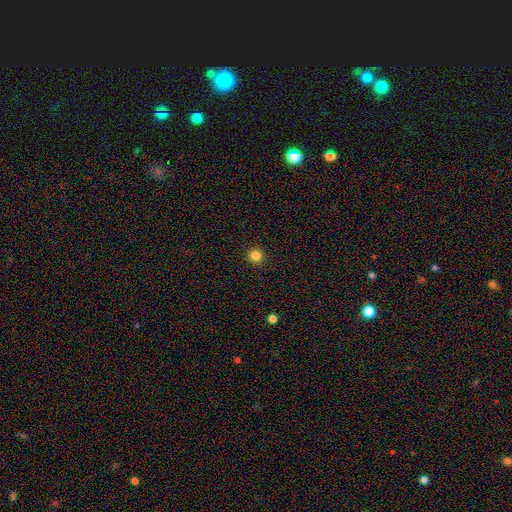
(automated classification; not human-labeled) This appears to be a smooth galaxy with no disk features (83%) that is round (96%). Merging: none (93%).